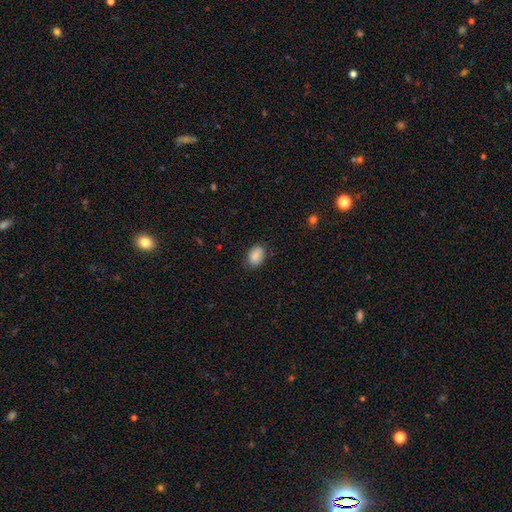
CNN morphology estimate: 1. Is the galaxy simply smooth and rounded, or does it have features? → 86% smooth, 7% star or artifact, 6% featured or disk.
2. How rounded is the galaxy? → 79% in between, 20% round, 1% cigar-shaped.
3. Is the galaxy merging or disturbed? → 79% none, 17% minor disturbance, 3% major disturbance, 1% merger.